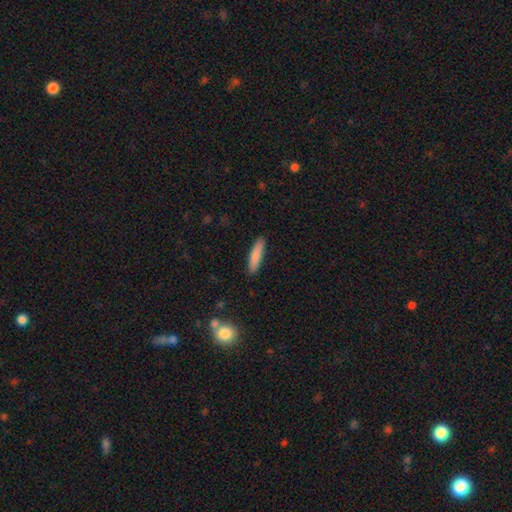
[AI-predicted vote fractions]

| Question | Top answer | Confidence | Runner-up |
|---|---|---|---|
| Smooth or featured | smooth | 84% | featured or disk (10%) |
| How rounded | cigar-shaped | 81% | in between (18%) |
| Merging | none | 88% | minor disturbance (9%) |